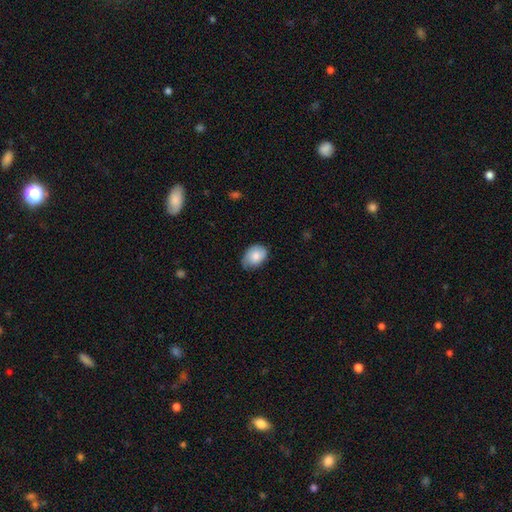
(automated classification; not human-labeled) Smooth or featured?
  - smooth: 77% *
  - featured or disk: 16%
  - star or artifact: 7%
How rounded?
  - in between: 78% *
  - round: 21%
  - cigar-shaped: 1%
Merging?
  - none: 63% *
  - minor disturbance: 31%
  - major disturbance: 5%
  - merger: 1%